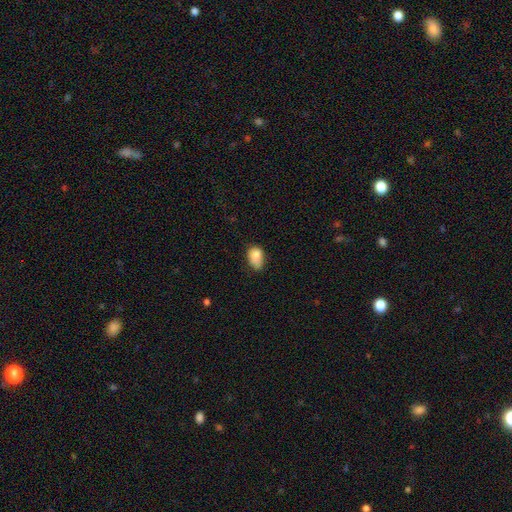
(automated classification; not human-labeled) Overall: smooth (83%). How rounded: in between (81%). Merging: none (54%; minor disturbance 37%).